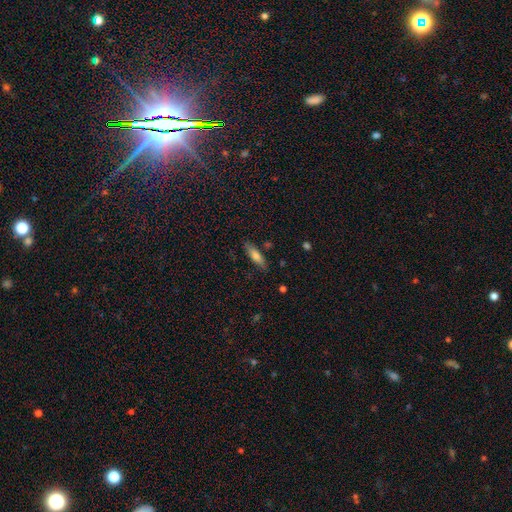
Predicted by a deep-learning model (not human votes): Smooth or featured? Predicted: smooth (p=0.65). How rounded? Predicted: cigar-shaped (p=0.63). Merging? Predicted: none (p=0.83).